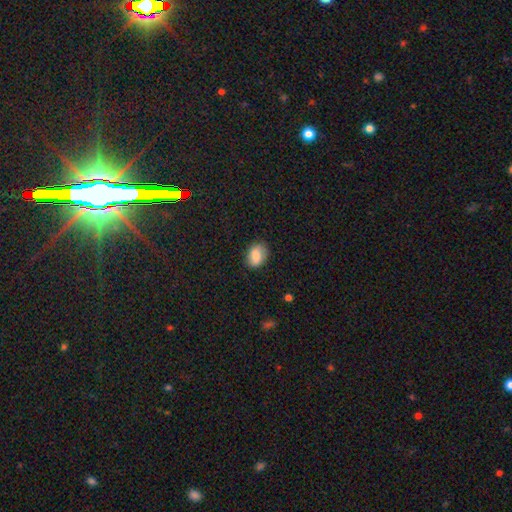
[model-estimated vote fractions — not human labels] Smooth or featured?
  - smooth: 77% *
  - featured or disk: 14%
  - star or artifact: 8%
How rounded?
  - in between: 74% *
  - round: 24%
  - cigar-shaped: 1%
Merging?
  - none: 82% *
  - minor disturbance: 14%
  - major disturbance: 3%
  - merger: 1%